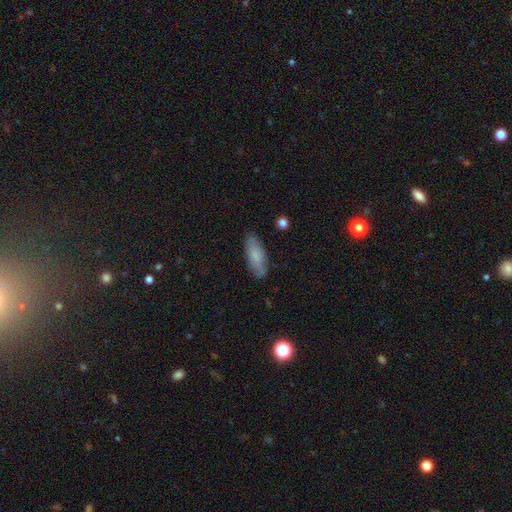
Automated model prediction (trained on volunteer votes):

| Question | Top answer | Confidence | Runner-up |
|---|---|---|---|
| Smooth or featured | smooth | 73% | featured or disk (20%) |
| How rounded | in between | 67% | cigar-shaped (31%) |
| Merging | none | 80% | minor disturbance (15%) |